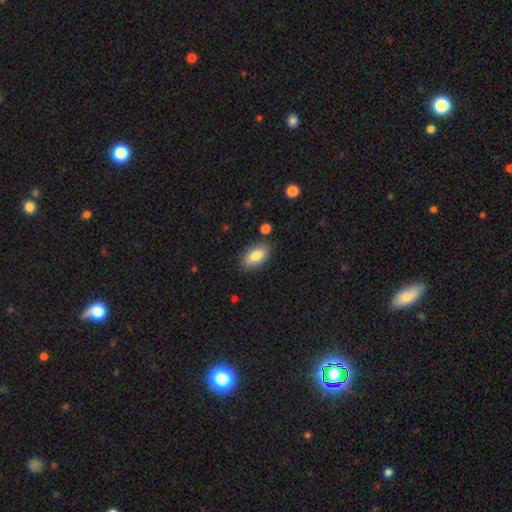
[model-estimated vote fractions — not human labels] Smooth or featured? Predicted: smooth (p=0.80). How rounded? Predicted: in between (p=0.91). Merging? Predicted: none (p=0.83).